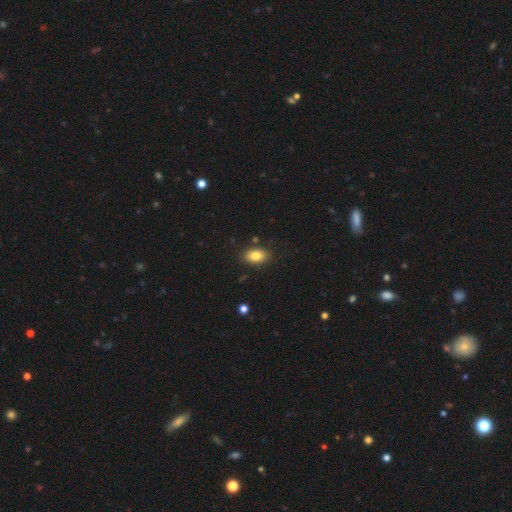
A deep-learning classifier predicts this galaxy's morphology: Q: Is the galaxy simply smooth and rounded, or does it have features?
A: smooth — 84%.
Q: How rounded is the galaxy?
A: in between — 89%.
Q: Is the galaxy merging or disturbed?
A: none — 85%.